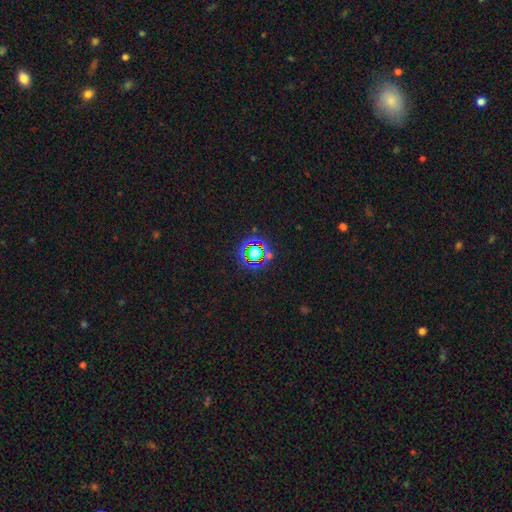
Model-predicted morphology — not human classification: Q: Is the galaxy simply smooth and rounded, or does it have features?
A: star or artifact — 62%.